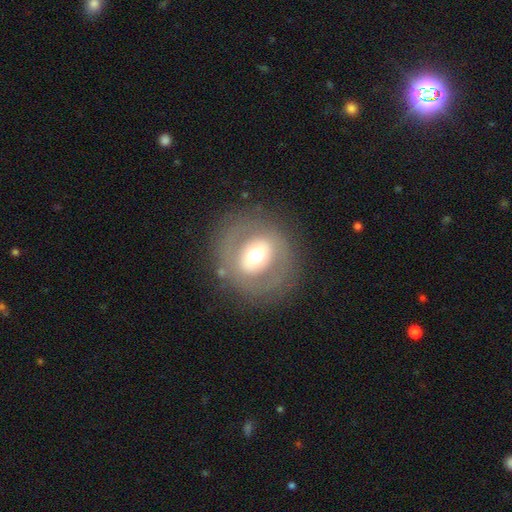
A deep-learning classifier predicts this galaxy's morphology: This is possibly a featured or disk galaxy (46%). Merging: clearly none (81%).